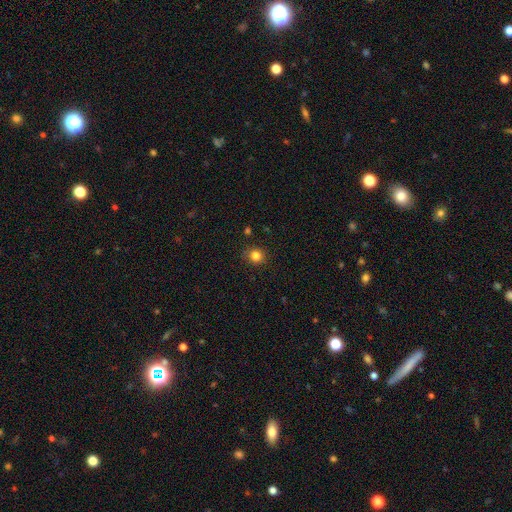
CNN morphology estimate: A smooth galaxy with no disk features (82%) that is round (86%). Merging: none (87%).